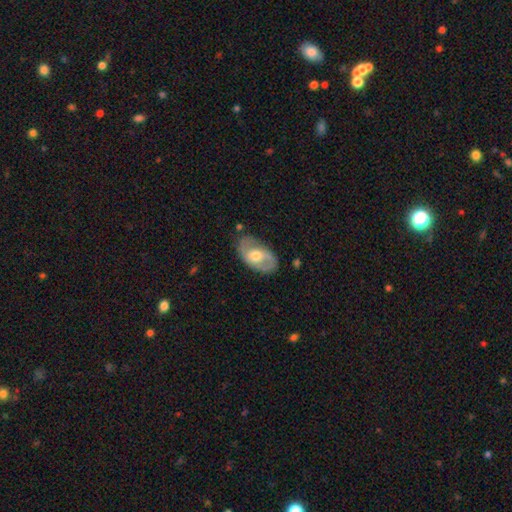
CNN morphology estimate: The model was most divided on "bar": no: 54%, weak: 35%, strong: 11%. More confident: edge-on disk — no (93%); merging — none (73%); bulge size — moderate (69%); spiral arms — yes (66%); smooth or featured — featured or disk (64%).